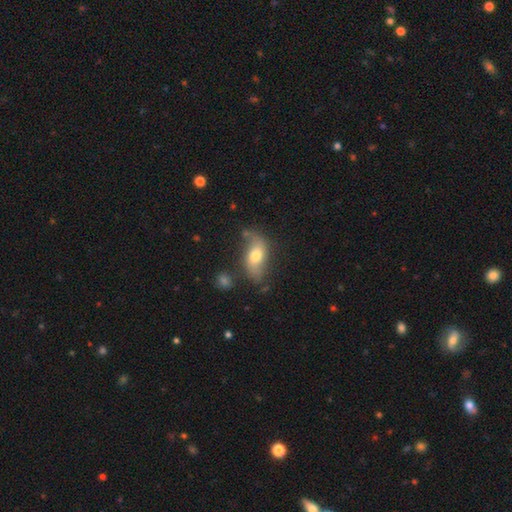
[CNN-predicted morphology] This is possibly a smooth galaxy (54%). How rounded: clearly in between (83%). Merging: likely none (67%).